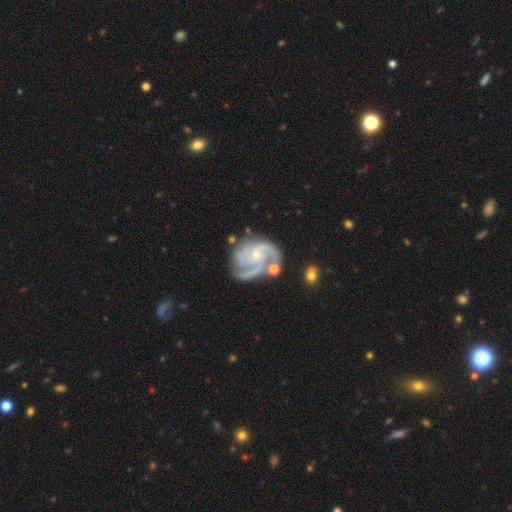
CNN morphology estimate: This is clearly a featured or disk galaxy (91%). It is clearly not viewed edge-on (98%). Bar: likely no (64%). Spiral arm pattern: clearly yes (98%). Spiral arm count: possibly 3 (55%). Spiral winding: possibly medium (50%). Central bulge: likely small (76%). Merging: possibly none (59%).